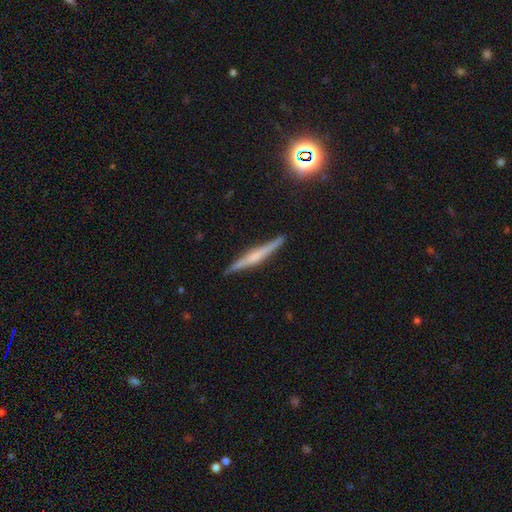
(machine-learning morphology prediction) A featured or disk galaxy (68%) viewed edge-on (98%) with a rounded central bulge (53%).

Vote fractions:
- Smooth or featured? featured or disk: 68% / smooth: 24% / star or artifact: 8%
- Edge-on disk? yes: 98% / no: 2%
- Edge-on bulge? rounded: 53% / boxy: 25% / none: 23%
- Merging? none: 89% / minor disturbance: 8% / major disturbance: 2% / merger: 1%